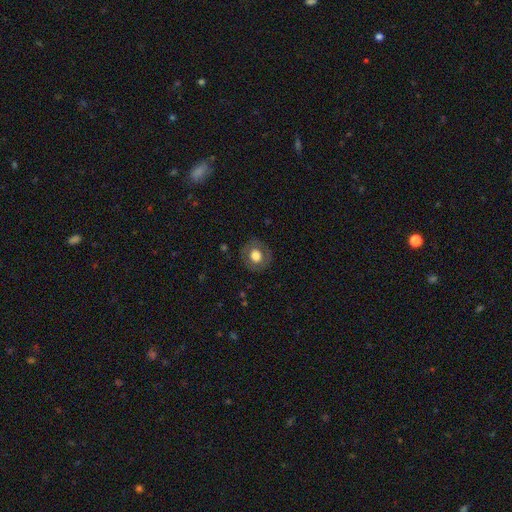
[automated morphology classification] smooth-or-featured: smooth: 68% | featured or disk: 23% | star or artifact: 9%
  how-rounded: round: 82% | in between: 17% | cigar-shaped: 1%
  merging: none: 85% | minor disturbance: 10% | major disturbance: 4% | merger: 1%